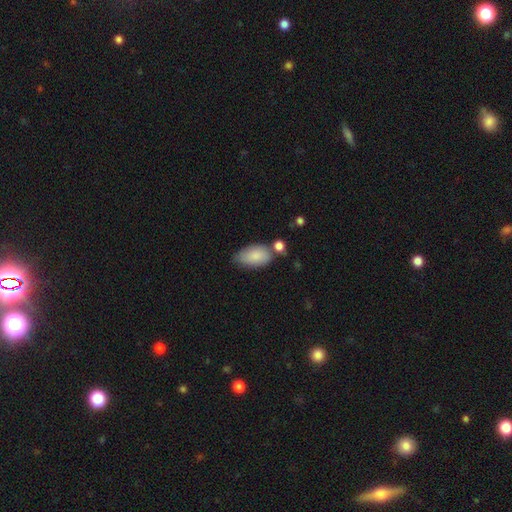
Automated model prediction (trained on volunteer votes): A smooth galaxy with no disk features (85%) that is in between round and cigar-shaped (94%). Merging: none (58%).